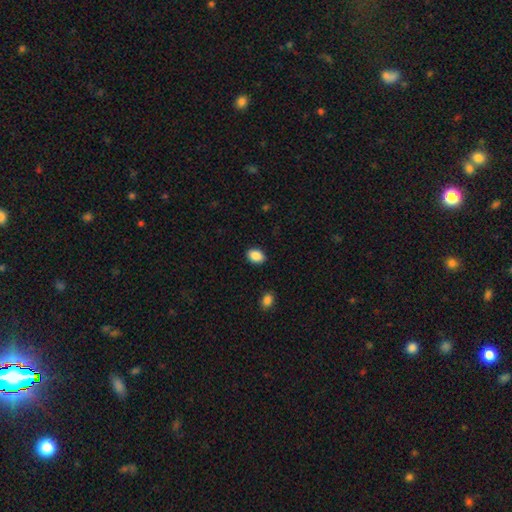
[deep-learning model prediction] This is clearly a smooth galaxy (89%). How rounded: likely in between (79%). Merging: clearly none (89%).